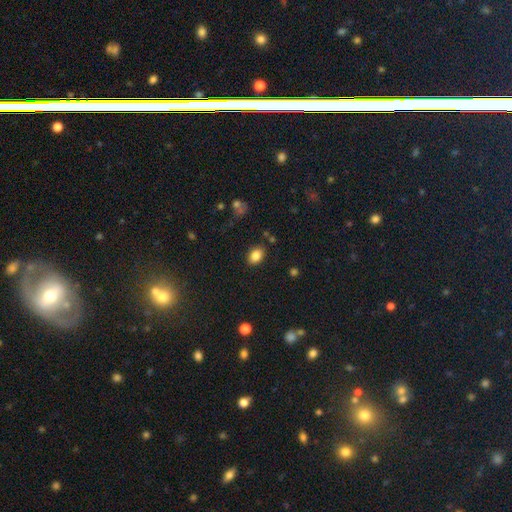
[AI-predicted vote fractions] A smooth galaxy with no disk features (85%) that is in between round and cigar-shaped (78%). Merging: none (85%).